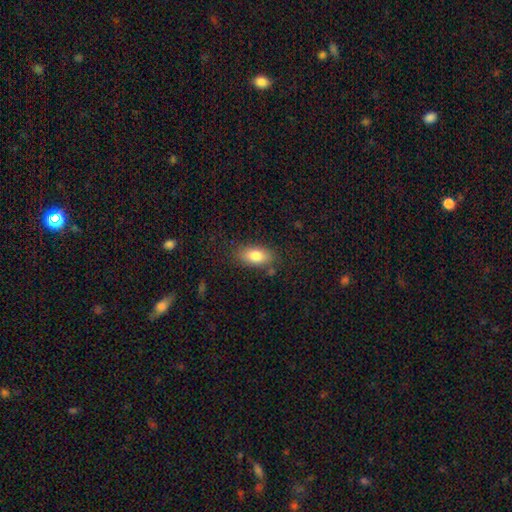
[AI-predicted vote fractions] A smooth galaxy with no disk features (81%) that is in between round and cigar-shaped (89%). Merging: none (79%).